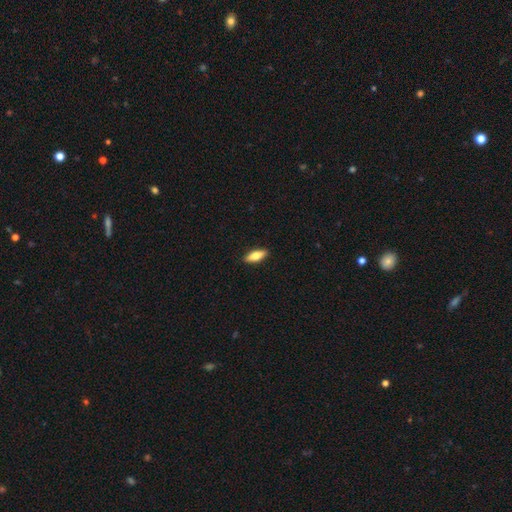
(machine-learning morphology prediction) This is likely a smooth galaxy (76%). How rounded: likely in between (67%). Merging: clearly none (90%).